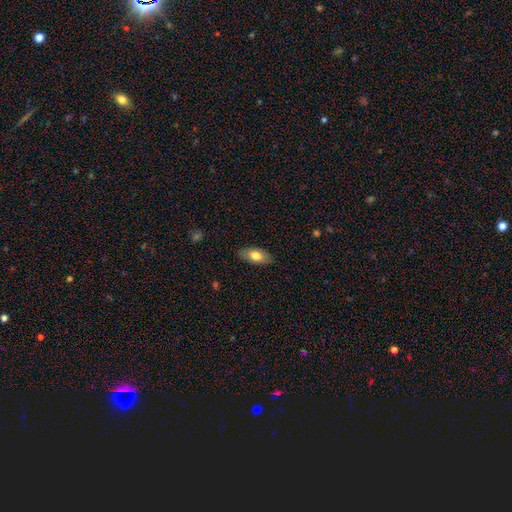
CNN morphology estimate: Overall: smooth (74%). How rounded: in between (88%). Merging: none (86%).